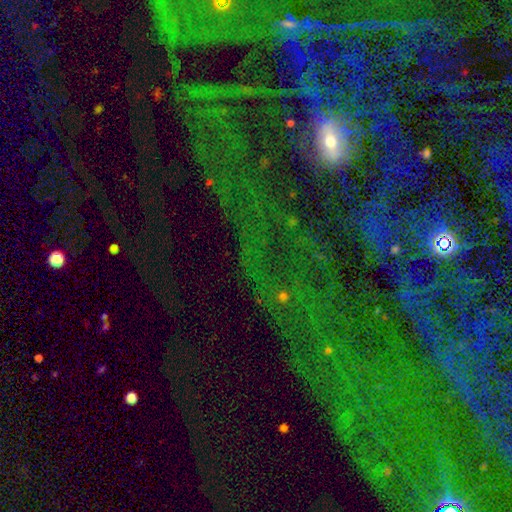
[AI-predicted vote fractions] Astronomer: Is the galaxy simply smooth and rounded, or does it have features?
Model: star or artifact — 68%.